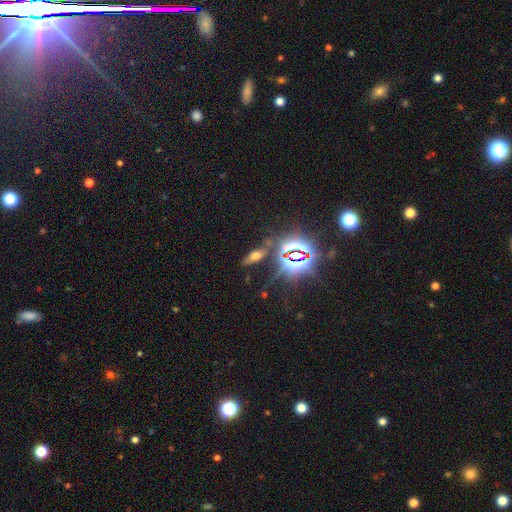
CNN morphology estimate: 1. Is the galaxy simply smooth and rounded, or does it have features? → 39% star or artifact, 38% smooth, 22% featured or disk.